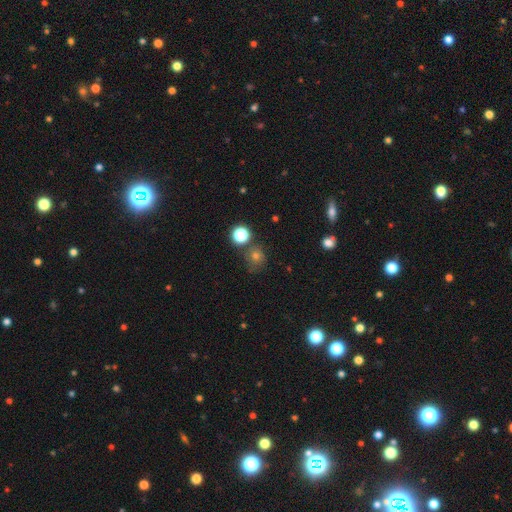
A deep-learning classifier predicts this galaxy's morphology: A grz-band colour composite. It shows a smooth galaxy with no disk features (61%) that is round (85%). Merging: none (71%).